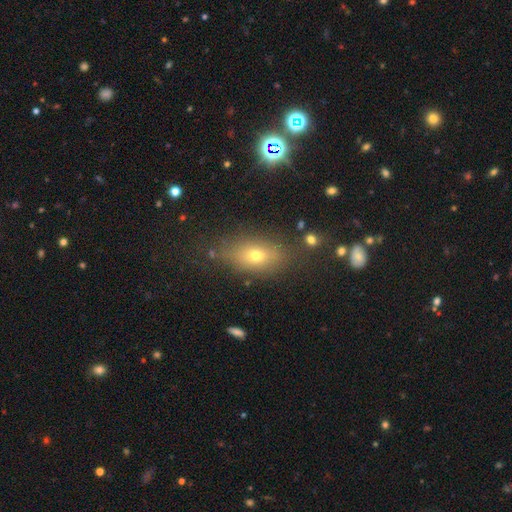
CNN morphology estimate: Smooth or featured?
  - smooth: 65% *
  - featured or disk: 18%
  - star or artifact: 17%
How rounded?
  - in between: 77% *
  - round: 16%
  - cigar-shaped: 7%
Merging?
  - none: 75% *
  - minor disturbance: 15%
  - major disturbance: 6%
  - merger: 4%